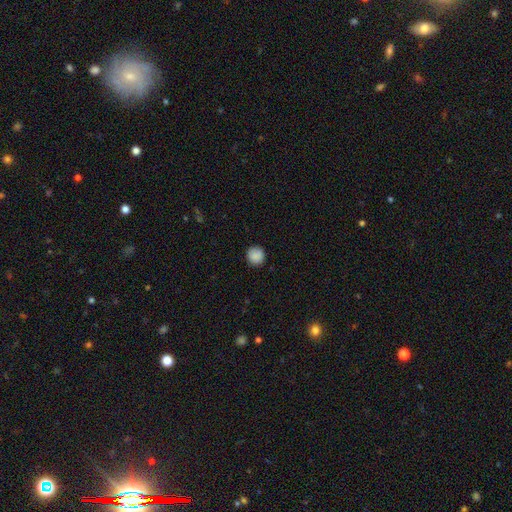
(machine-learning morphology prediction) smooth_or_featured: smooth (p=0.88) [alt: star or artifact p=0.09]
how_rounded: round (p=0.93) [alt: in between p=0.06]
merging: none (p=0.89) [alt: minor disturbance p=0.08]